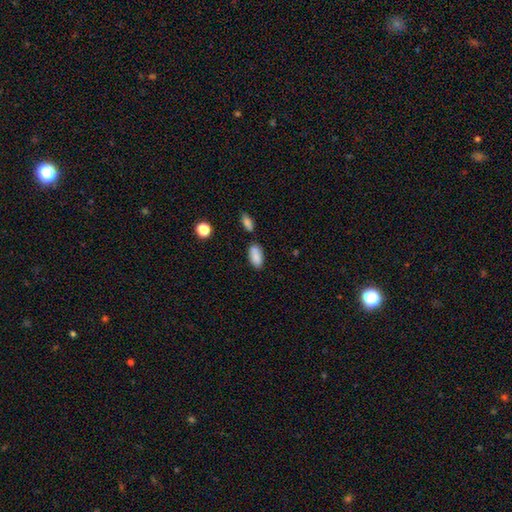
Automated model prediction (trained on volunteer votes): The model was most divided on "merging": none: 69%, minor disturbance: 14%, merger: 13%, major disturbance: 3%. More confident: how rounded — in between (89%); smooth or featured — smooth (86%).